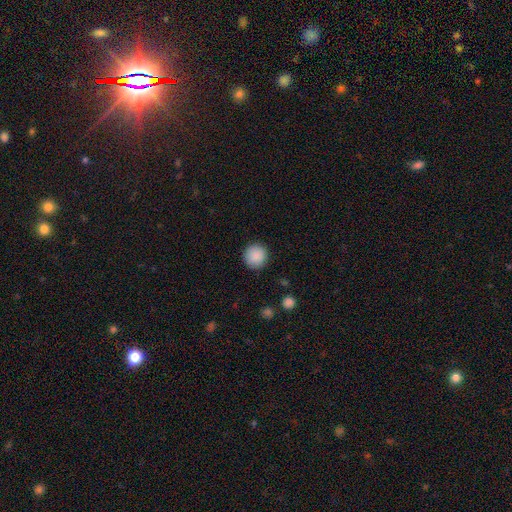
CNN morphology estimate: A smooth galaxy with no disk features (89%) that is round (95%). Merging: none (91%).